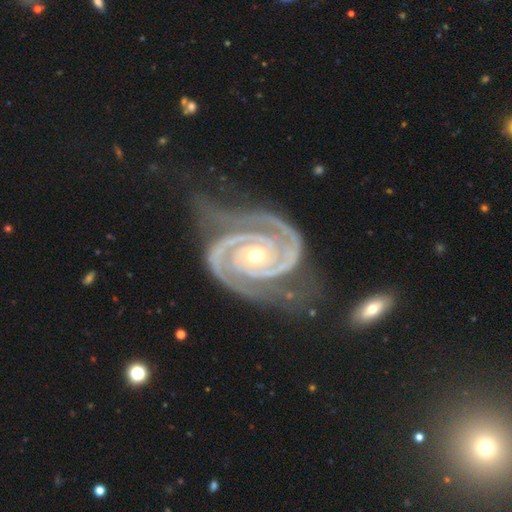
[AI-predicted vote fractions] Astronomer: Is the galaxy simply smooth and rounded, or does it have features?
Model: featured or disk — 95%.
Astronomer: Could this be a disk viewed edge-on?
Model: no — 98%.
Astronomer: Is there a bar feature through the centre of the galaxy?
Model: no — 67%.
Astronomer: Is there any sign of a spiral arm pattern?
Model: yes — 99%.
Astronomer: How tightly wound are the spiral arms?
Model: tight — 77%.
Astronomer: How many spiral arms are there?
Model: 2 — 86%.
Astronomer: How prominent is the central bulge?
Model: small — 56% (runner-up: moderate, 41%).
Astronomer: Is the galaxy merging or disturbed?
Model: none — 59%.